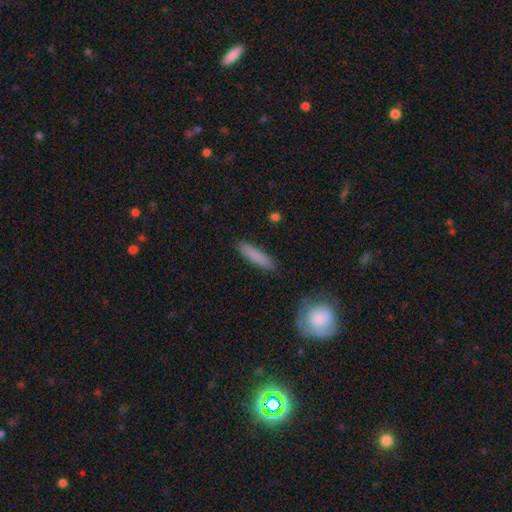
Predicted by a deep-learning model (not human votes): Morphology: type=smooth (84%); roundness=cigar-shaped (84%); merging=none (88%).